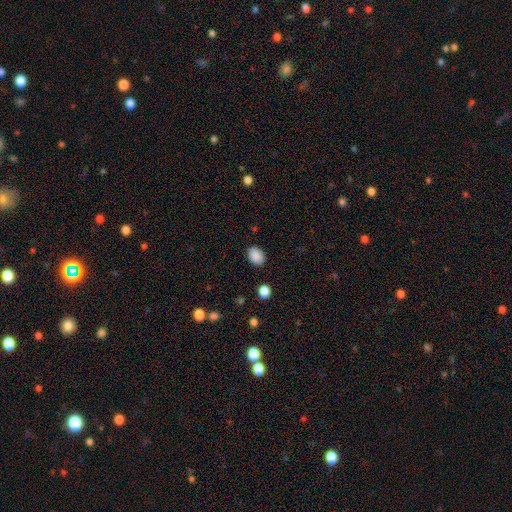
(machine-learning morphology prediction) Overall: smooth (88%). How rounded: in between (64%; round 35%). Merging: none (86%).